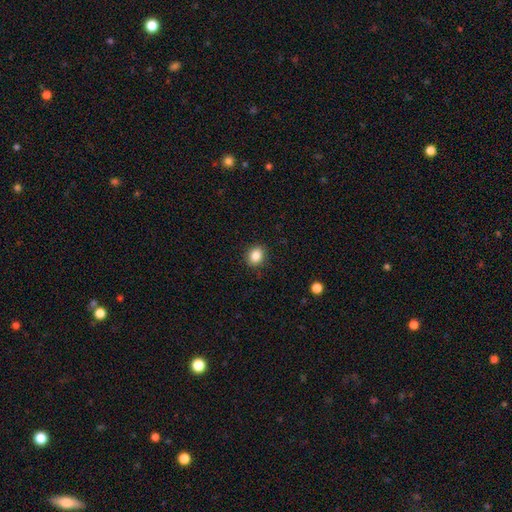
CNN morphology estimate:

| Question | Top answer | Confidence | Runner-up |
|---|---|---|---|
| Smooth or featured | smooth | 86% | star or artifact (10%) |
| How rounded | round | 56% | in between (43%) |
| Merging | none | 89% | minor disturbance (8%) |